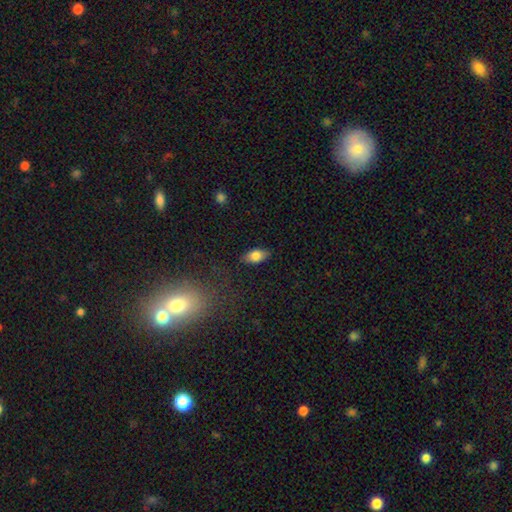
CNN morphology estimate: The model was most divided on "smooth or featured": smooth: 77%, featured or disk: 15%, star or artifact: 7%. More confident: how rounded — in between (89%); merging — none (86%).